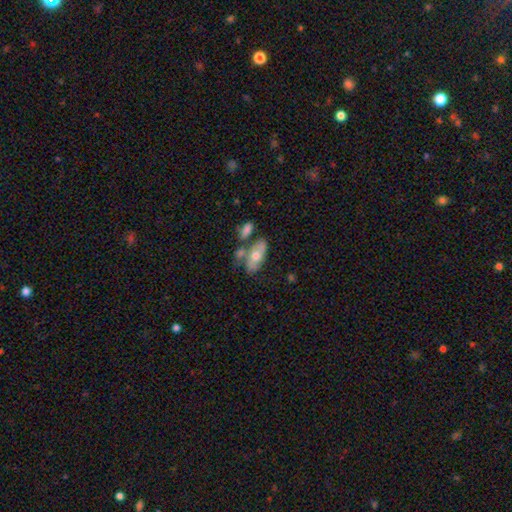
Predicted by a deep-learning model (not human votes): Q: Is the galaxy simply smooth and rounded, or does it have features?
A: smooth — 58%.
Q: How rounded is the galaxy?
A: in between — 87%.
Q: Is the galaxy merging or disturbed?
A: none — 47%.